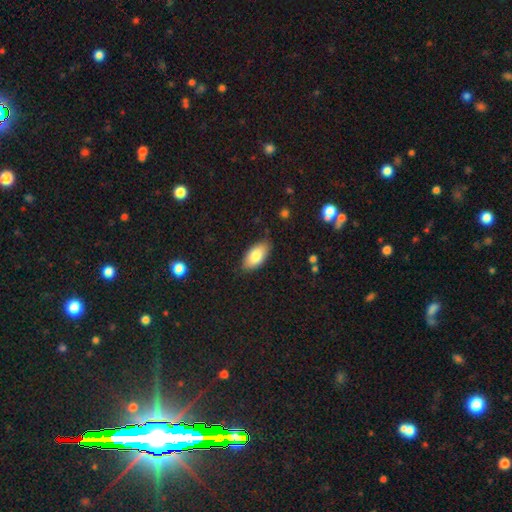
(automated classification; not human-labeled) smooth-or-featured: smooth: 81% | featured or disk: 12% | star or artifact: 7%
  how-rounded: in between: 93% | cigar-shaped: 4% | round: 3%
  merging: none: 84% | minor disturbance: 13% | major disturbance: 2% | merger: 1%